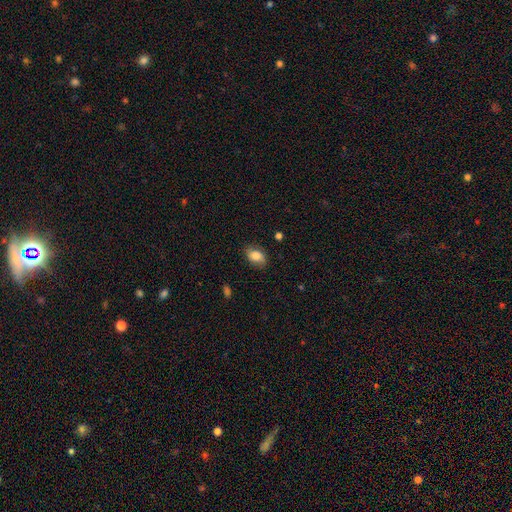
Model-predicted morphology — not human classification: Smooth or featured? smooth (77%)
How rounded? in between (84%)
Merging? none (80%)